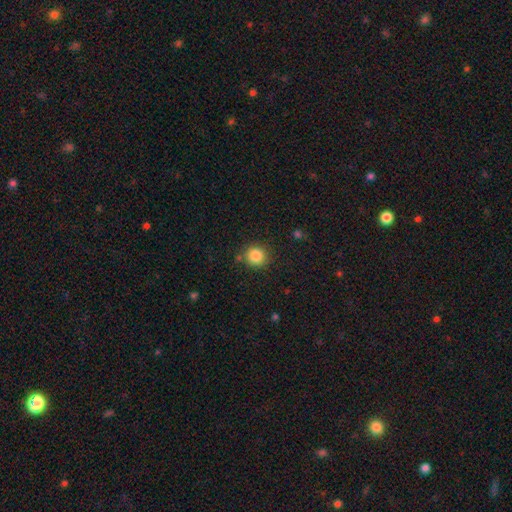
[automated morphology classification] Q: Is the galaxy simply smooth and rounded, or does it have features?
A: smooth — 85%.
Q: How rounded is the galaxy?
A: round — 88%.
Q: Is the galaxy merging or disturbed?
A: none — 84%.